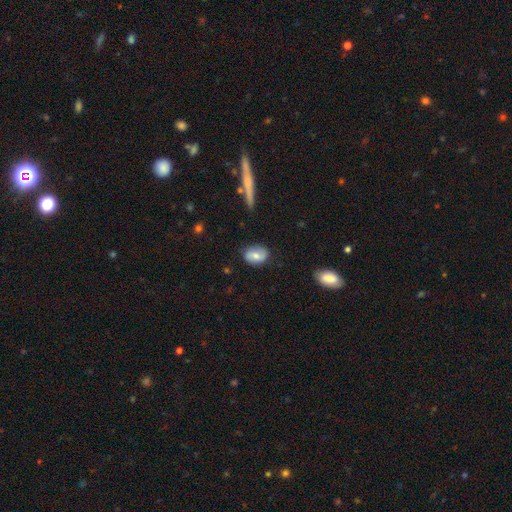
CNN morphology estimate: Overall: smooth (61%; featured or disk 31%). How rounded: in between (76%). Merging: none (77%).